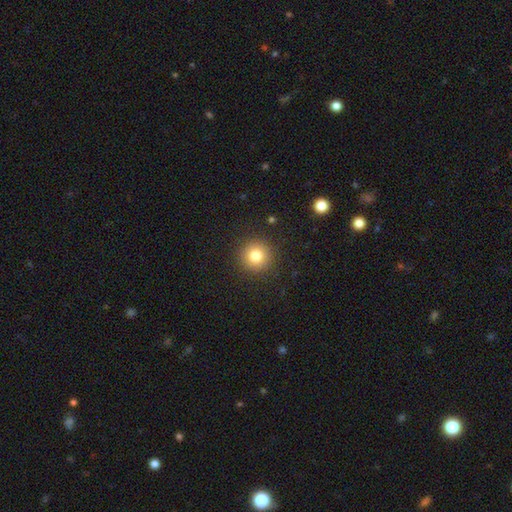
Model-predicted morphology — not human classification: Overall: smooth (81%). How rounded: round (95%). Merging: none (91%).